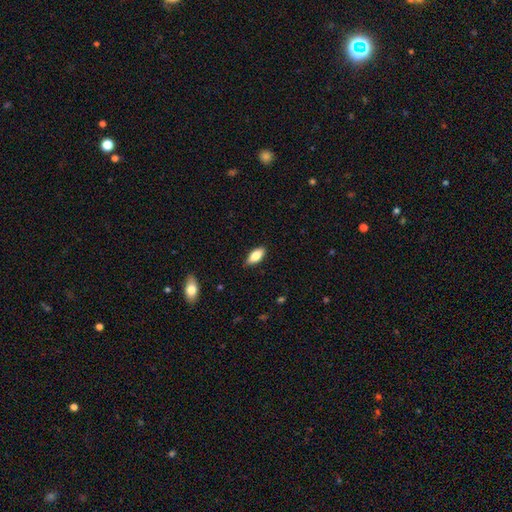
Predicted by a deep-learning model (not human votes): smooth-or-featured: smooth: 79% | featured or disk: 14% | star or artifact: 7%
  how-rounded: in between: 86% | cigar-shaped: 12% | round: 2%
  merging: none: 86% | minor disturbance: 11% | major disturbance: 2% | merger: 1%